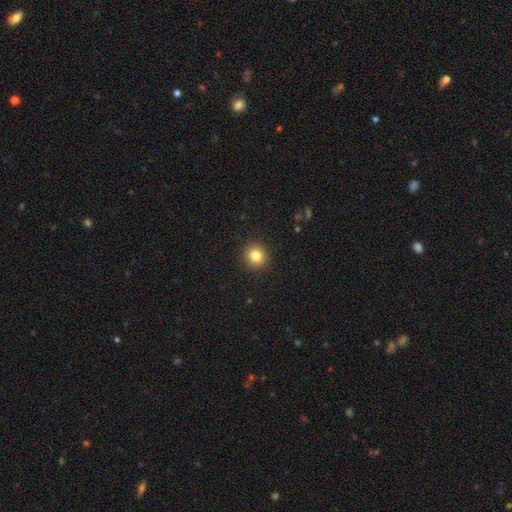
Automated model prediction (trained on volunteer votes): This appears to be a smooth galaxy with no disk features (82%) that is round (91%). Merging: none (92%).